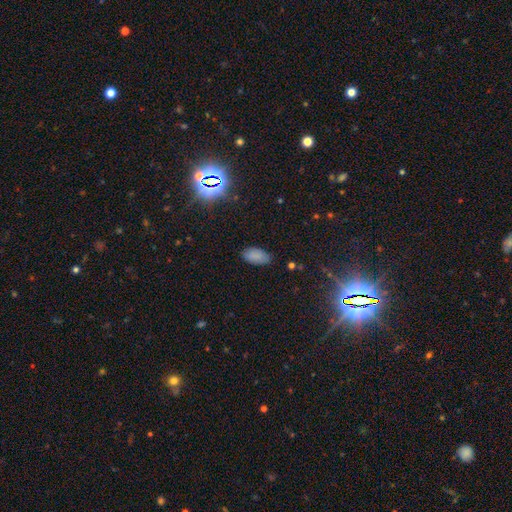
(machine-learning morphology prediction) Smooth or featured?
  - smooth: 84% *
  - star or artifact: 11%
  - featured or disk: 5%
How rounded?
  - in between: 94% *
  - round: 3%
  - cigar-shaped: 3%
Merging?
  - none: 81% *
  - minor disturbance: 15%
  - major disturbance: 3%
  - merger: 1%